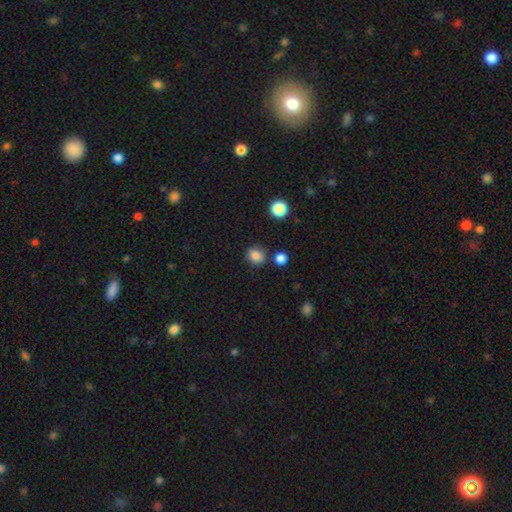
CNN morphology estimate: A smooth galaxy with no disk features (84%) that is round (72%). Merging: none (79%).